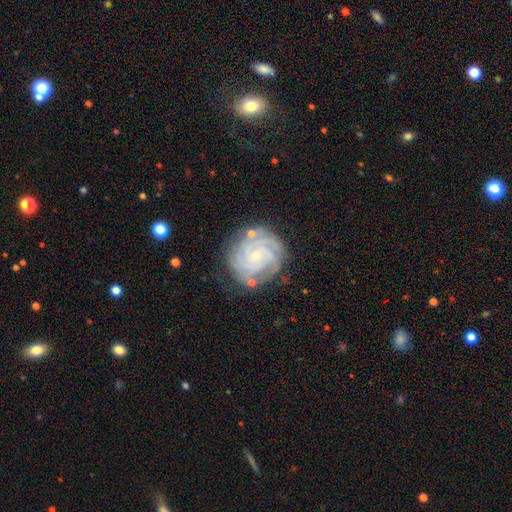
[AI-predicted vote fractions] A featured or disk galaxy (85%) with no bar (71%), 3 (26%, tied with 4) tight (79%) spiral arms (98%) and a small central bulge (82%).

Vote fractions:
- Smooth or featured? featured or disk: 85% / smooth: 8% / star or artifact: 7%
- Edge-on disk? no: 98% / yes: 2%
- Bar? no: 71% / weak: 24% / strong: 6%
- Spiral arms? yes: 98% / no: 2%
- Spiral winding? tight: 79% / medium: 18% / loose: 3%
- Spiral arm count? 3: 26% (tied) / 4: 26% (tied) / can't tell: 19% / 2: 15% / more than 4: 8% / 1: 6%
- Bulge size? small: 82% / moderate: 13% / none: 4% / large: 1% / dominant: 1%
- Merging? none: 76% / minor disturbance: 16% / major disturbance: 5% / merger: 3%